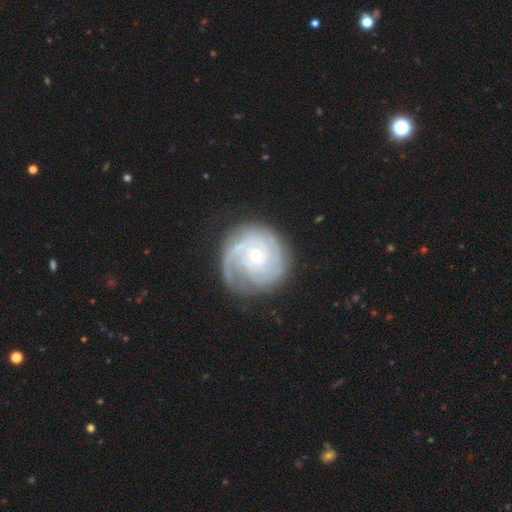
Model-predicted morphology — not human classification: This appears to be a featured or disk galaxy (87%) with no bar (72%), tight (76%) spiral arms (97%) and a moderate central bulge (50%). Merging: none (75%).